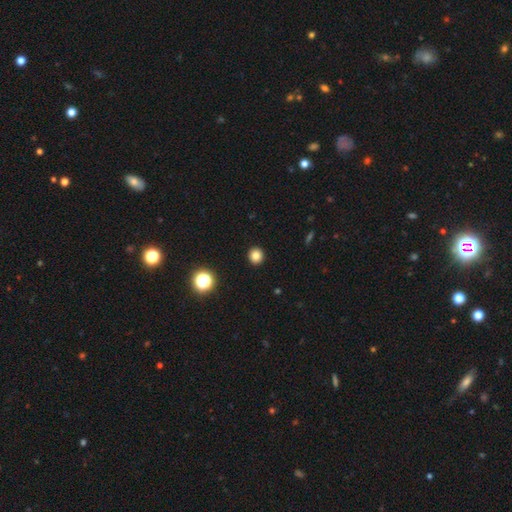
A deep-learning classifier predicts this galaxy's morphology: A smooth galaxy with no disk features (81%) that is round (90%). Merging: none (93%).